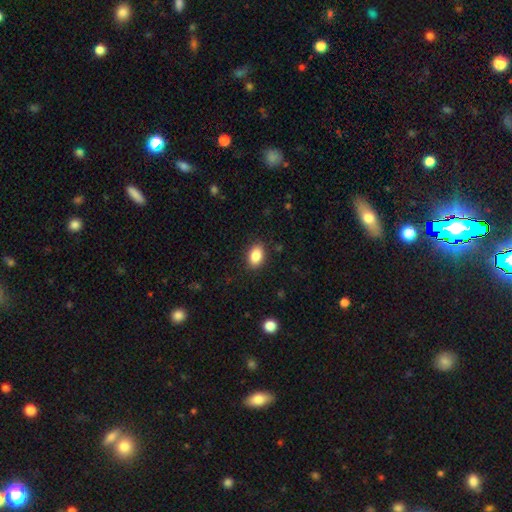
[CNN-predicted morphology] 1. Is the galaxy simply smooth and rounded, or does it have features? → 87% smooth, 8% star or artifact, 5% featured or disk.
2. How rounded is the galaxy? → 87% in between, 12% round, 1% cigar-shaped.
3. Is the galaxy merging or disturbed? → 88% none, 9% minor disturbance, 2% major disturbance, 1% merger.